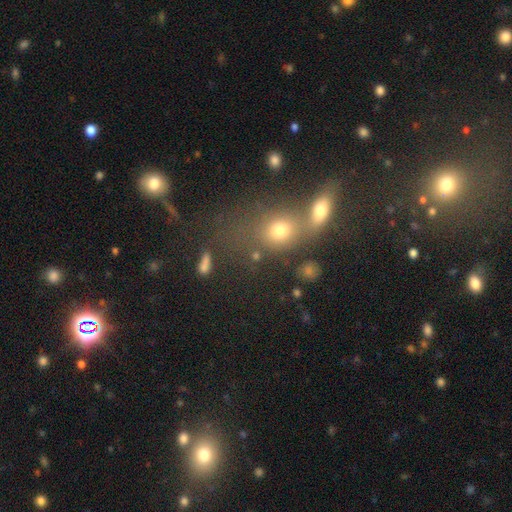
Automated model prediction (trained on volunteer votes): Morphology: type=smooth (68%); roundness=in between (53%); merging=merger (44%).